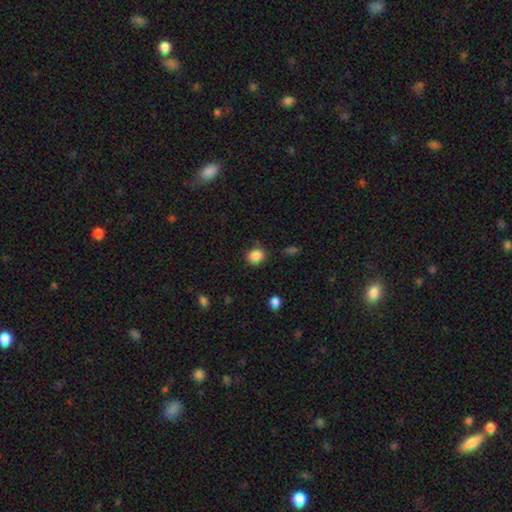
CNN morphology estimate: The model was most divided on "how rounded": round: 77%, in between: 22%, cigar-shaped: 1%. More confident: smooth or featured — smooth (86%); merging — none (80%).